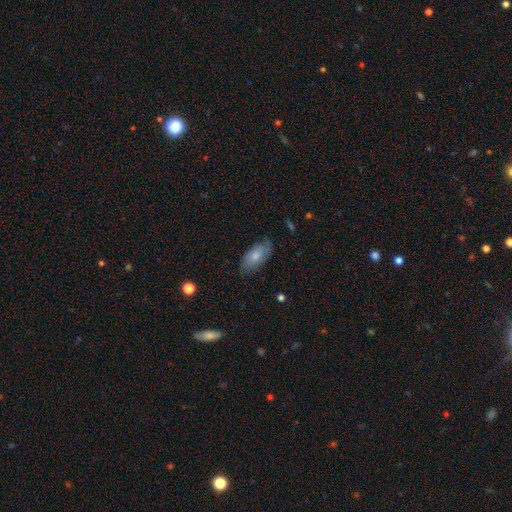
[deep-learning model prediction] Overall: smooth (75%). How rounded: in between (90%). Merging: none (77%).